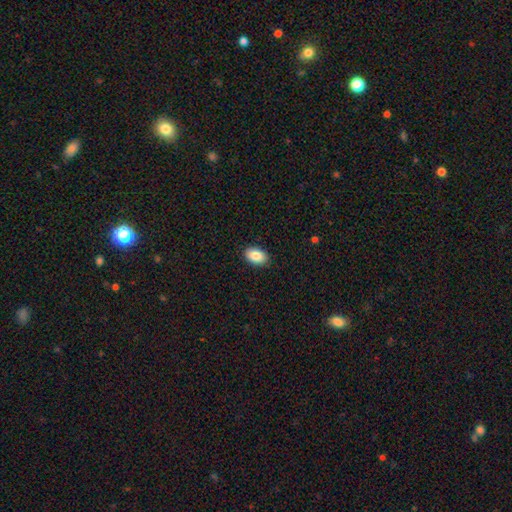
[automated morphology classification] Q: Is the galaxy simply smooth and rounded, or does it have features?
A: smooth — 88%.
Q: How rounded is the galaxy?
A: in between — 92%.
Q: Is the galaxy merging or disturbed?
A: none — 90%.